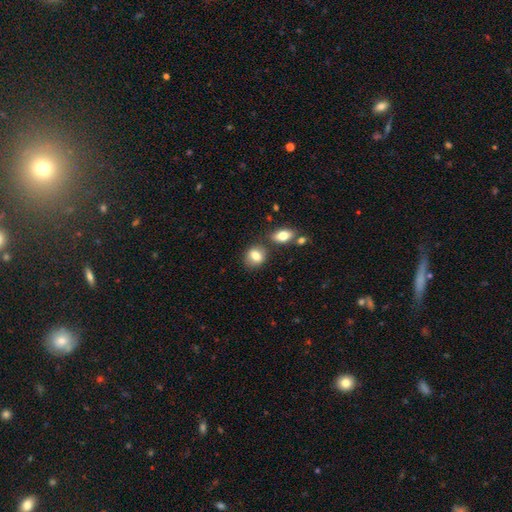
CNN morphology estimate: This is clearly a smooth galaxy (80%). How rounded: possibly round (52%). Merging: likely none (68%).